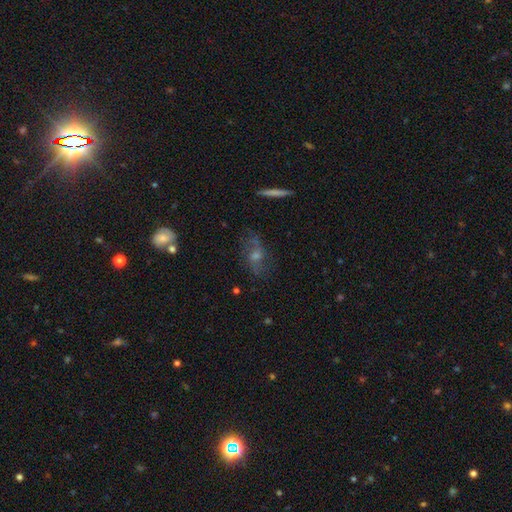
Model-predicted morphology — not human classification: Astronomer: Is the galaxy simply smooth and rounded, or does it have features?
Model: featured or disk — 59%.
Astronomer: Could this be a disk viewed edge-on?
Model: no — 86%.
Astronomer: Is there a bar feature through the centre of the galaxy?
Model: no — 59%.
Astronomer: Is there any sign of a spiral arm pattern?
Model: yes — 78%.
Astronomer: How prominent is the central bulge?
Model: moderate — 53% (runner-up: small, 33%).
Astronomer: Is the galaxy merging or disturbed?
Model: none — 71%.